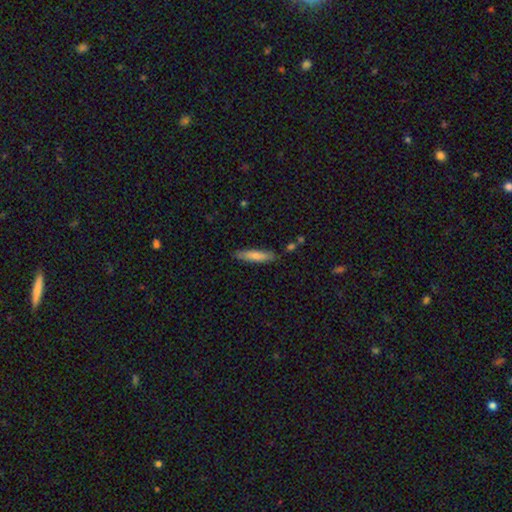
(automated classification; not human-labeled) smooth_or_featured: smooth (p=0.75) [alt: featured or disk p=0.19]
how_rounded: cigar-shaped (p=0.80) [alt: in between p=0.19]
merging: none (p=0.84) [alt: minor disturbance p=0.11]